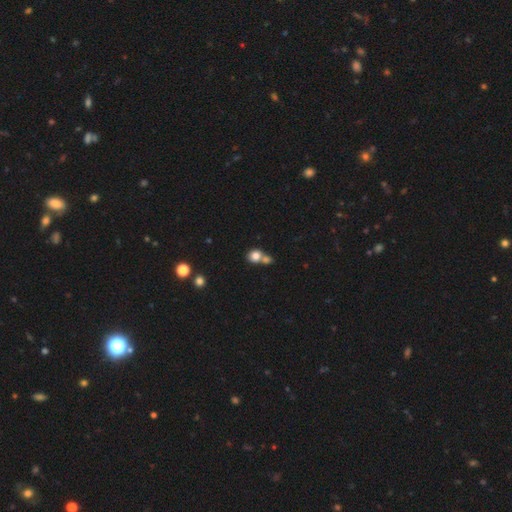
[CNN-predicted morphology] A smooth galaxy with no disk features (80%) that is round (79%). Merging: merger (47%).